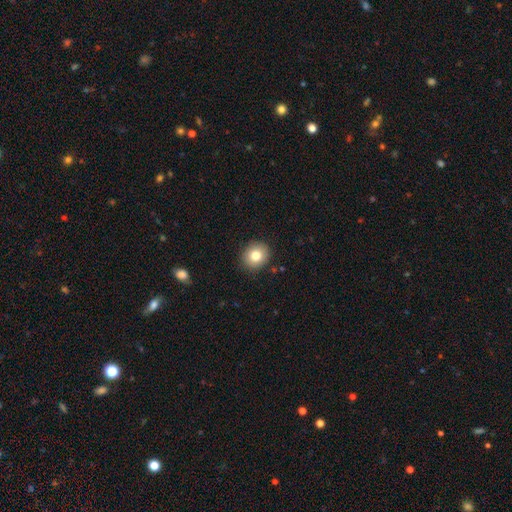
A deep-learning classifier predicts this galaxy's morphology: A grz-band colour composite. It shows a smooth galaxy with no disk features (80%) that is round (80%). Merging: none (89%).